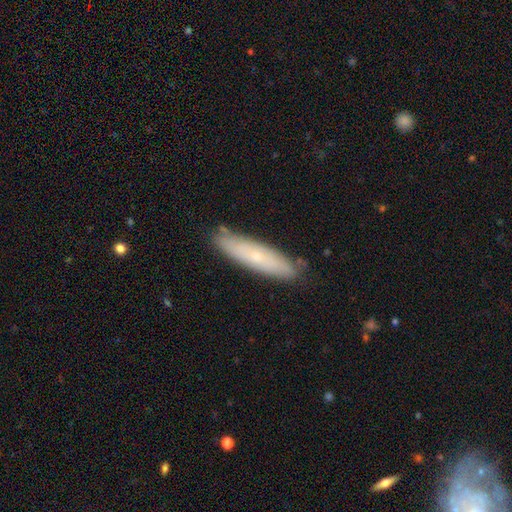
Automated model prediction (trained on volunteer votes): Smooth or featured? Predicted: smooth (p=0.52). How rounded? Predicted: cigar-shaped (p=0.77). Merging? Predicted: none (p=0.83).